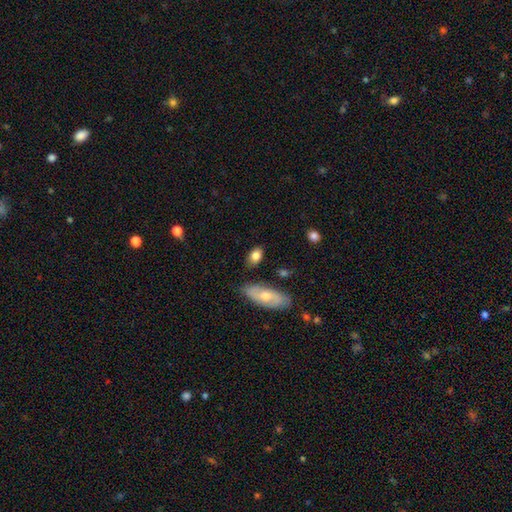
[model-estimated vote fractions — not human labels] Smooth or featured?
  - smooth: 80% *
  - featured or disk: 13%
  - star or artifact: 7%
How rounded?
  - in between: 86% *
  - round: 10%
  - cigar-shaped: 4%
Merging?
  - none: 79% *
  - minor disturbance: 14%
  - merger: 4%
  - major disturbance: 3%